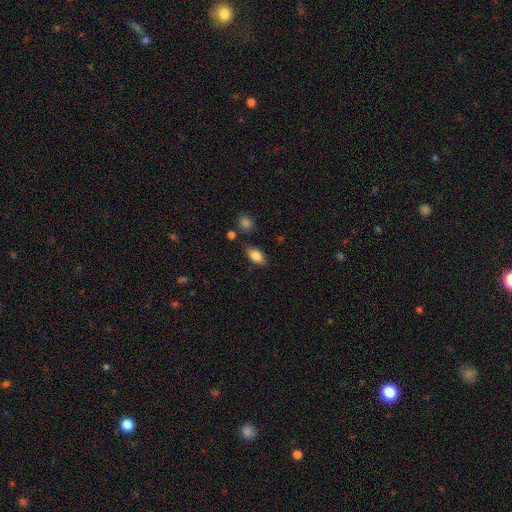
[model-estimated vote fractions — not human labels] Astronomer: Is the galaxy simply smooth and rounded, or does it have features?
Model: smooth — 83%.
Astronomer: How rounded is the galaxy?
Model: in between — 89%.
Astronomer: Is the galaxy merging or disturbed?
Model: none — 78%.